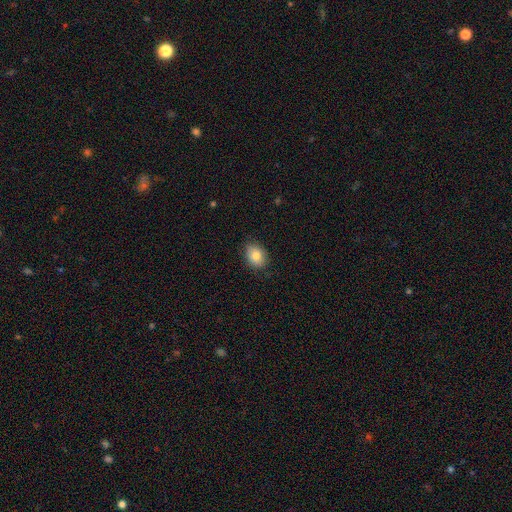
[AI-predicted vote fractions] A smooth galaxy with no disk features (82%) that is in between round and cigar-shaped (68%). Merging: none (82%).